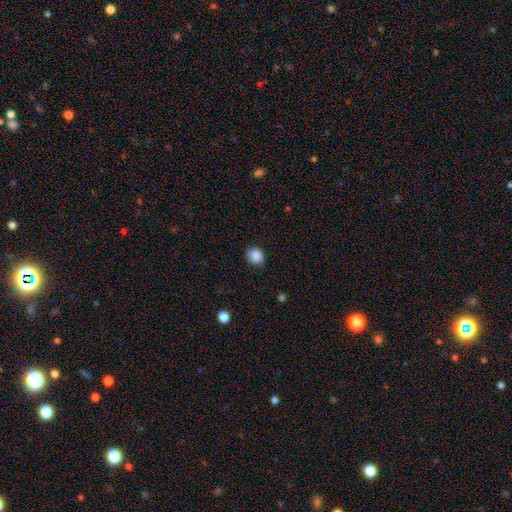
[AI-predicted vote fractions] Overall: smooth (87%). How rounded: round (71%). Merging: none (75%).